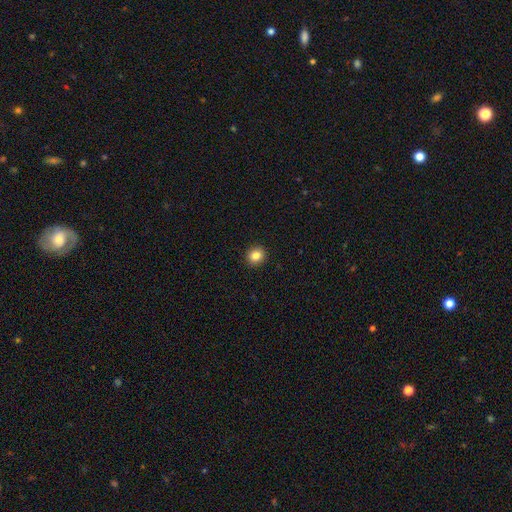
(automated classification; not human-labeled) Smooth or featured? Predicted: smooth (p=0.84). How rounded? Predicted: round (p=0.82). Merging? Predicted: none (p=0.92).